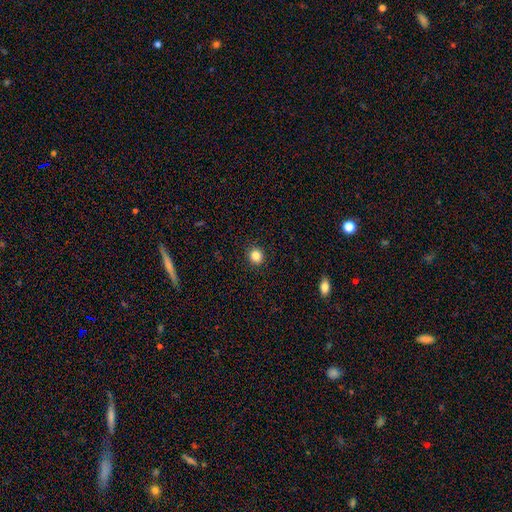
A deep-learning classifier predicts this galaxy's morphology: This is clearly a smooth galaxy (85%). How rounded: clearly round (87%). Merging: clearly none (92%).